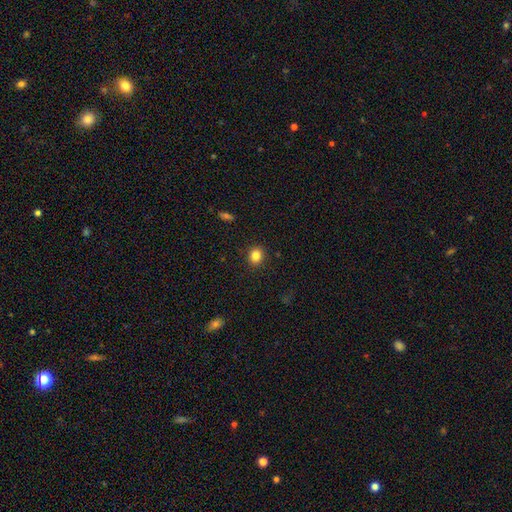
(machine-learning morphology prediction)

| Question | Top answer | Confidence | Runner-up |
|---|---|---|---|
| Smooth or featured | smooth | 84% | star or artifact (11%) |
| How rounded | round | 76% | in between (23%) |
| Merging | none | 91% | minor disturbance (6%) |